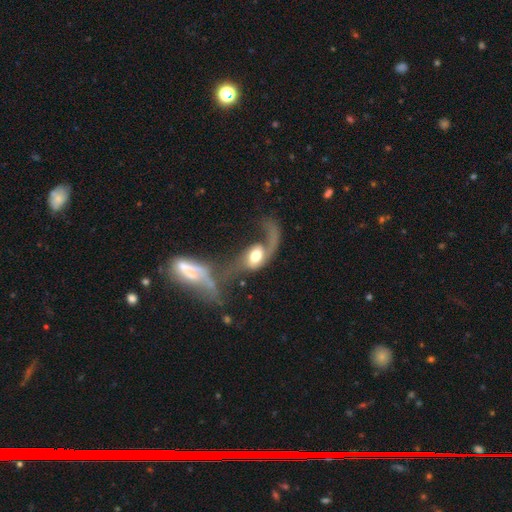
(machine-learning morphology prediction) smooth-or-featured: featured or disk: 62% | smooth: 31% | star or artifact: 7%
  disk-edge-on: no: 93% | yes: 7%
    bar: no: 60% | weak: 28% | strong: 12%
    has-spiral-arms: yes: 76% | no: 24%
    bulge-size: moderate: 43% | large: 41% | dominant: 7% | small: 7% | none: 3%
  merging: merger: 57% | major disturbance: 25% | none: 12% | minor disturbance: 6%